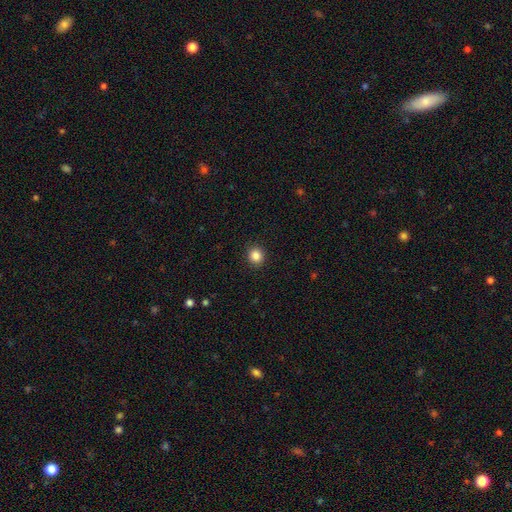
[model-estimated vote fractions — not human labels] This is clearly a smooth galaxy (86%). How rounded: clearly round (87%). Merging: clearly none (92%).